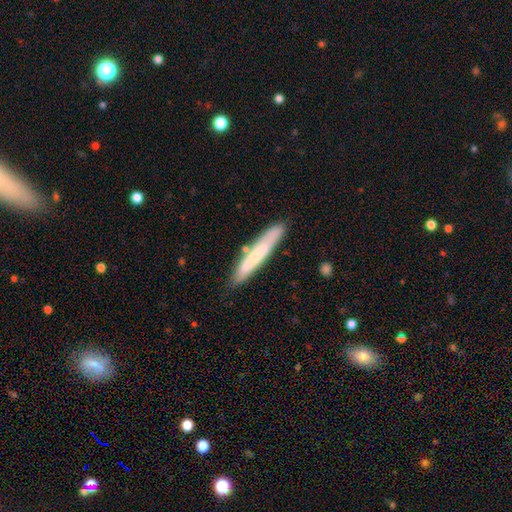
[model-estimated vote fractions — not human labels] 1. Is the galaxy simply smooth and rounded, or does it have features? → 54% smooth, 37% featured or disk, 9% star or artifact.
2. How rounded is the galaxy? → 94% cigar-shaped, 5% in between, 1% round.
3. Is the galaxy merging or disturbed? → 85% none, 11% minor disturbance, 2% major disturbance, 2% merger.